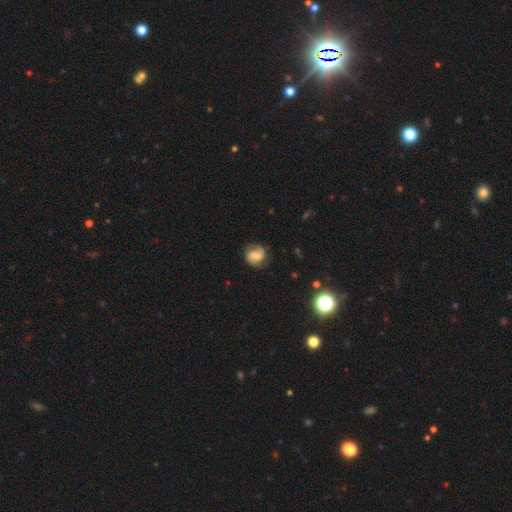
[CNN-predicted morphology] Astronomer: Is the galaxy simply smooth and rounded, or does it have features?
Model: featured or disk — 70%.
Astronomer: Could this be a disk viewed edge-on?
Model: no — 98%.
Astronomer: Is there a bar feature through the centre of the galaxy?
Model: weak — 49% (runner-up: no, 36%).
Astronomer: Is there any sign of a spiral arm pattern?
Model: yes — 94%.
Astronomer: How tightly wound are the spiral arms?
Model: medium — 47% (runner-up: tight, 29%).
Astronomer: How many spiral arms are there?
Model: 2 — 82%.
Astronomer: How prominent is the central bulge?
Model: small — 36% (runner-up: moderate, 34%).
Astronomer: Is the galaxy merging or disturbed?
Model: none — 75%.